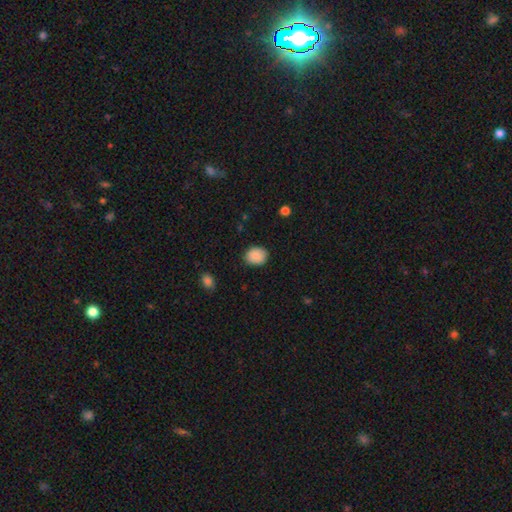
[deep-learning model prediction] smooth_or_featured: smooth (p=0.88) [alt: star or artifact p=0.07]
how_rounded: round (p=0.51) [alt: in between p=0.48]
merging: none (p=0.84) [alt: minor disturbance p=0.12]